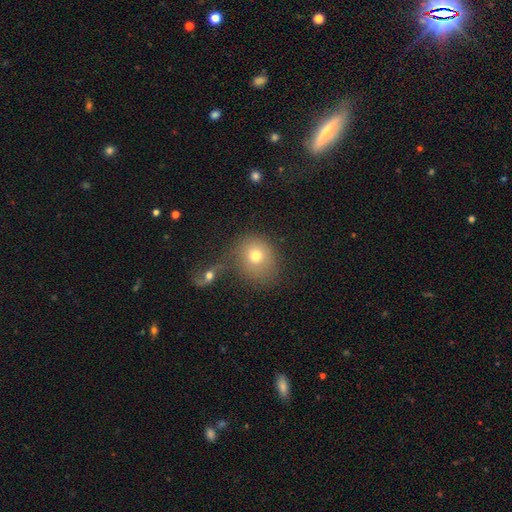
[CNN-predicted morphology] This is likely a smooth galaxy (73%). How rounded: likely round (79%). Merging: possibly none (54%).